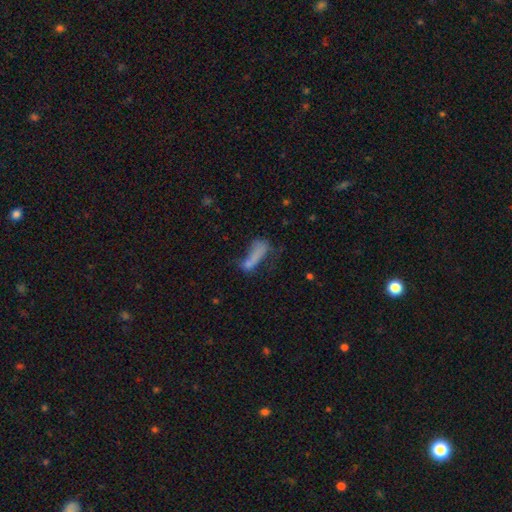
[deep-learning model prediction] smooth_or_featured: smooth (p=0.65) [alt: featured or disk p=0.21]
how_rounded: cigar-shaped (p=0.51) [alt: in between p=0.45]
merging: merger (p=0.30) [tied with: none p=0.30]